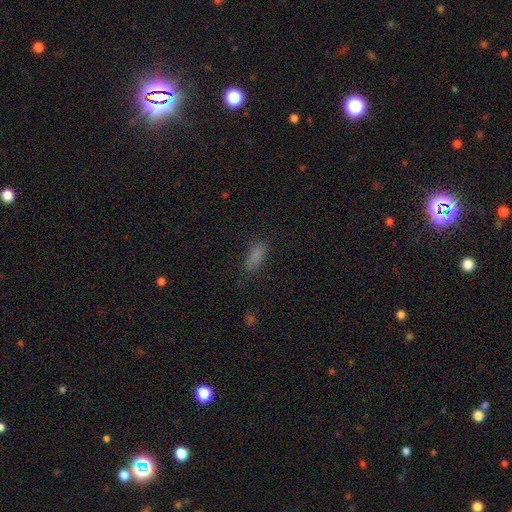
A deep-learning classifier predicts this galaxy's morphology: A smooth galaxy with no disk features (80%) that is in between round and cigar-shaped (69%).

Vote fractions:
- Smooth or featured? smooth: 80% / star or artifact: 13% / featured or disk: 7%
- How rounded? in between: 69% / cigar-shaped: 28% / round: 3%
- Merging? none: 74% / minor disturbance: 18% / major disturbance: 6% / merger: 2%